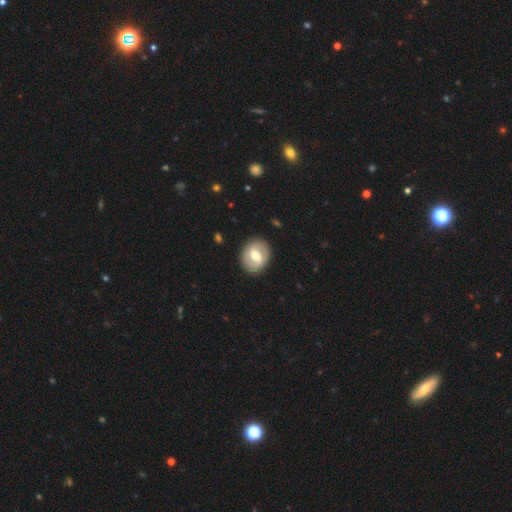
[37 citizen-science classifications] smooth_or_featured: featured or disk (p=0.54) [alt: smooth p=0.43]
disk_edge_on: no (p=1.00)
bar: weak (p=0.50) [alt: strong p=0.35]
has_spiral_arms: yes (p=0.75) [alt: no p=0.25]
spiral_winding: medium (p=0.60) [alt: loose p=0.27]
spiral_arm_count: 2 (p=0.80) [alt: can't tell p=0.13]
bulge_size: moderate (p=0.75) [alt: small p=0.15]
merging: none (p=0.83) [alt: minor disturbance p=0.14]